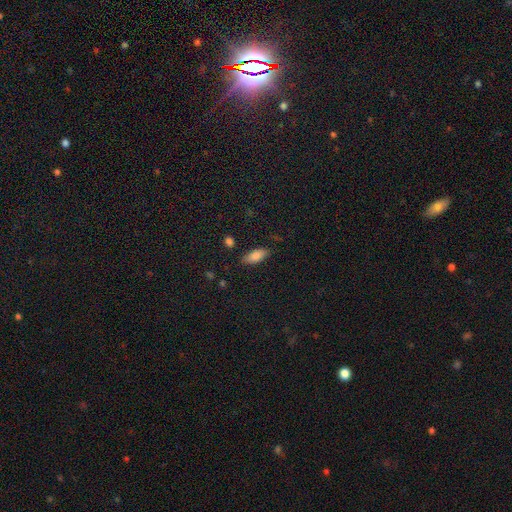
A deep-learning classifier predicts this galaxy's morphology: smooth_or_featured: smooth (p=0.82) [alt: featured or disk p=0.10]
how_rounded: in between (p=0.84) [alt: cigar-shaped p=0.14]
merging: none (p=0.81) [alt: minor disturbance p=0.14]